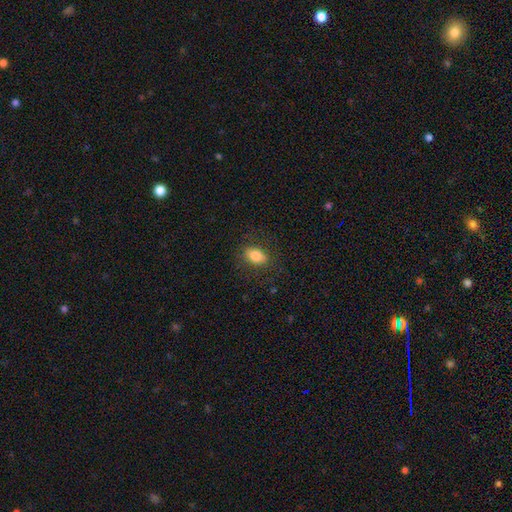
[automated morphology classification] Smooth or featured: smooth — 83% (star or artifact — 9%)
How rounded: in between — 85% (round — 13%)
Merging: none — 83% (minor disturbance — 11%)